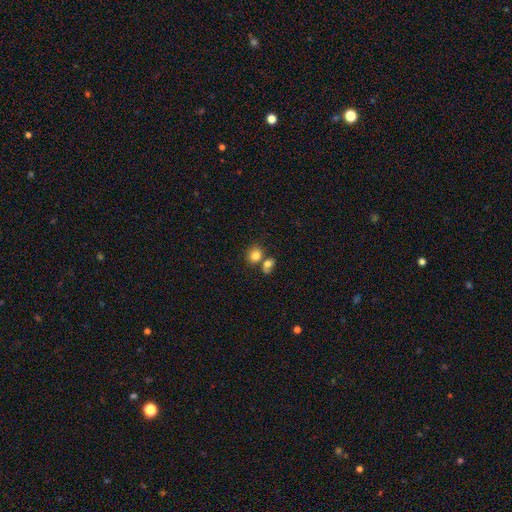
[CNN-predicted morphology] This appears to be a smooth galaxy with no disk features (81%) that is round (68%). Merging: none (51%).